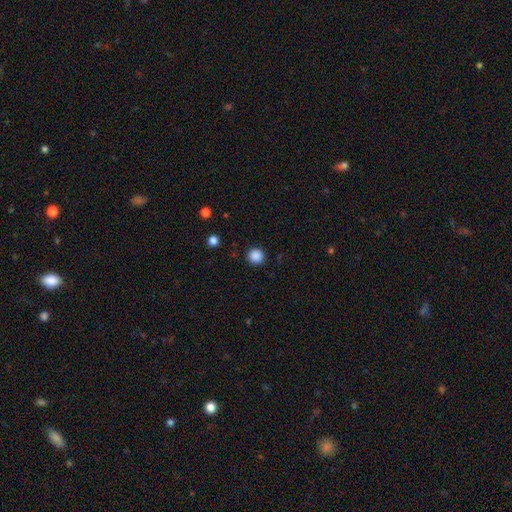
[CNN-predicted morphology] This appears to be a smooth galaxy with no disk features (87%) that is round (94%). Merging: none (92%).